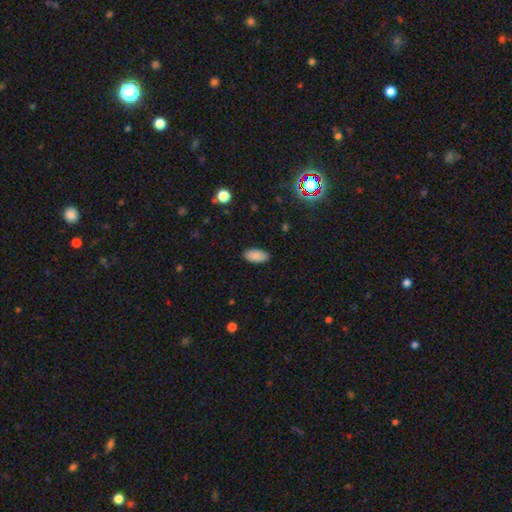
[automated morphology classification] This appears to be a smooth galaxy with no disk features (88%) that is in between round and cigar-shaped (93%). Merging: none (88%).